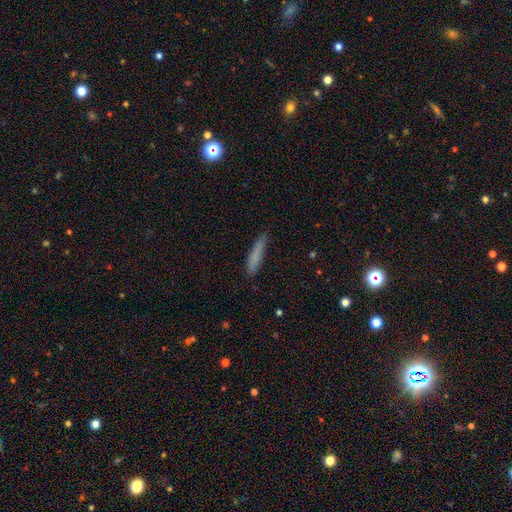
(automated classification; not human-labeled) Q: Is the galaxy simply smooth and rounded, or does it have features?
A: smooth — 77%.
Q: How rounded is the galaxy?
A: cigar-shaped — 90%.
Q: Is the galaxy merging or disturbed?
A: none — 77%.